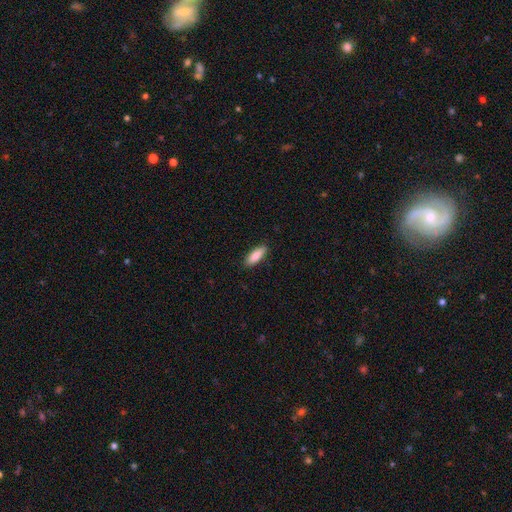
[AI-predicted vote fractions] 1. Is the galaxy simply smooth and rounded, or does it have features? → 85% smooth, 9% featured or disk, 6% star or artifact.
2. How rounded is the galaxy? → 66% in between, 32% cigar-shaped, 2% round.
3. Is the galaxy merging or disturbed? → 88% none, 9% minor disturbance, 2% major disturbance, 1% merger.